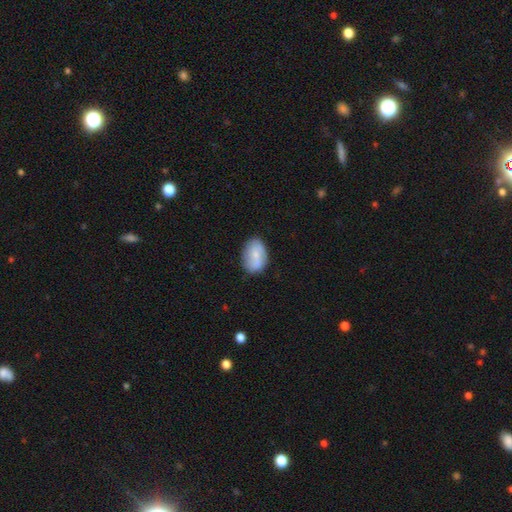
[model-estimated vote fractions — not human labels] The model was most divided on "smooth or featured": smooth: 63%, featured or disk: 30%, star or artifact: 7%. More confident: how rounded — in between (84%); merging — none (76%).